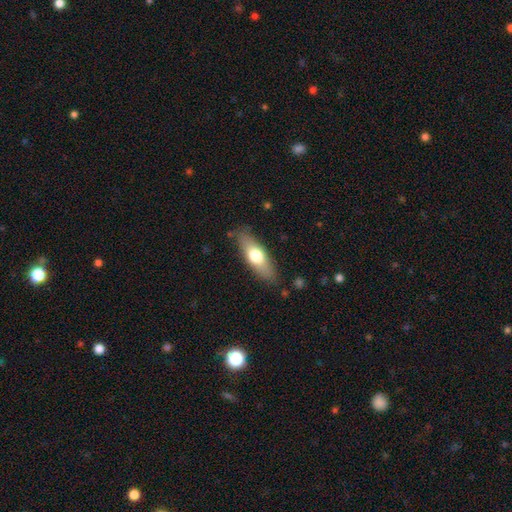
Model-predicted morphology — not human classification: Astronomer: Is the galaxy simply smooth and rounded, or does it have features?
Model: smooth — 61%.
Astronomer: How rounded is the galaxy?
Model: in between — 56% (runner-up: cigar-shaped, 41%).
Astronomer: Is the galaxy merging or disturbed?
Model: none — 84%.